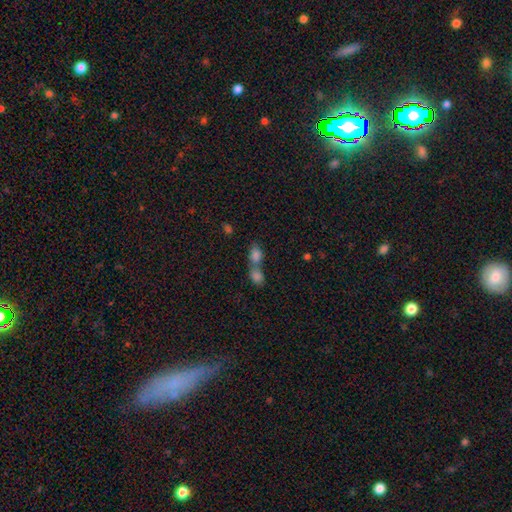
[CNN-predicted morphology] type=smooth (80%); roundness=in between (72%); merging=merger (70%).